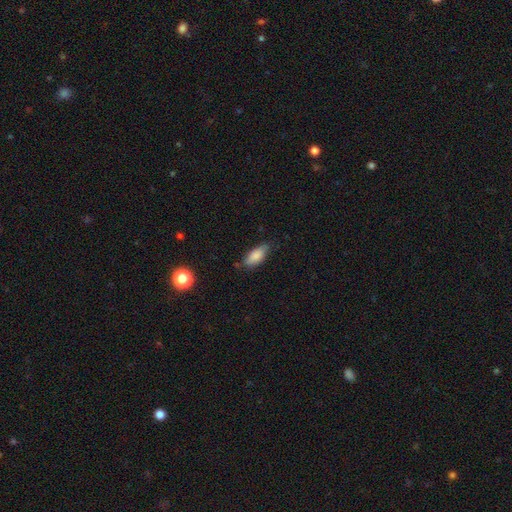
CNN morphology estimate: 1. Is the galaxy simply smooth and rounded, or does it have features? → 82% smooth, 11% featured or disk, 7% star or artifact.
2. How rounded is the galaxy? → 80% in between, 17% cigar-shaped, 3% round.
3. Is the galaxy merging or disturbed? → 70% none, 24% minor disturbance, 4% major disturbance, 2% merger.